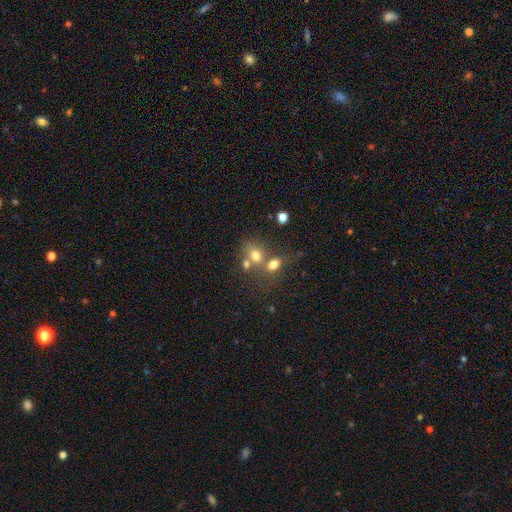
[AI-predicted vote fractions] Overall: smooth (71%). How rounded: round (50%; in between 49%). Merging: merger (49%; none 34%).